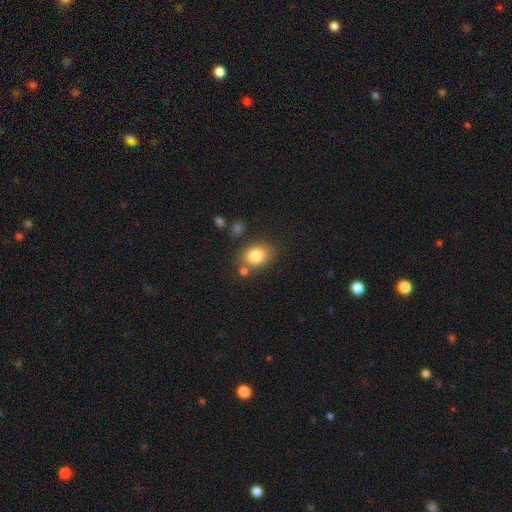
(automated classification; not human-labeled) Morphology: type=smooth (82%); roundness=in between (62%); merging=none (72%).